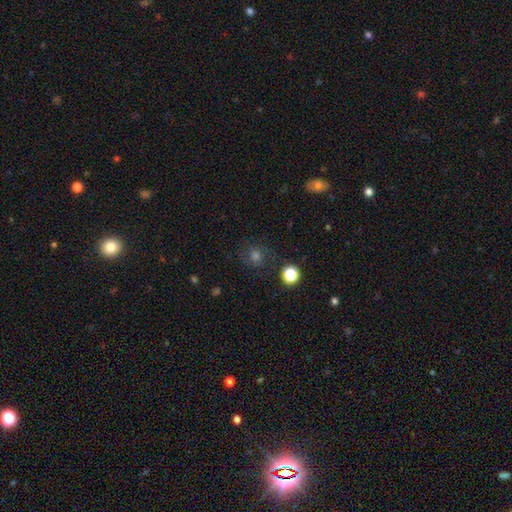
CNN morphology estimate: Q: Smooth or featured?
A: smooth (52%); runner-up: star or artifact (31%)
Q: How rounded?
A: round (88%); runner-up: in between (11%)
Q: Merging?
A: none (80%); runner-up: minor disturbance (11%)